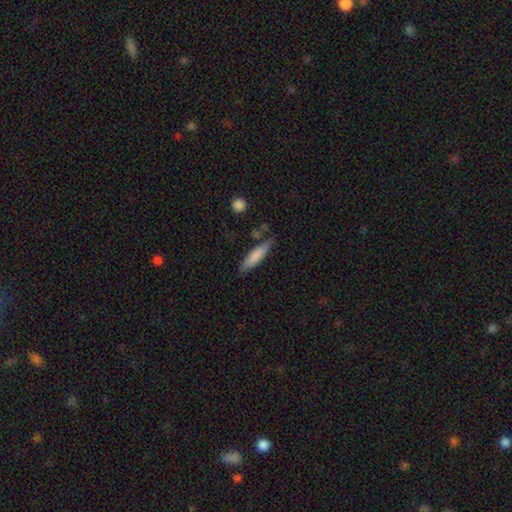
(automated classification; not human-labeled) Morphology: type=smooth (76%); roundness=cigar-shaped (79%); merging=none (74%).